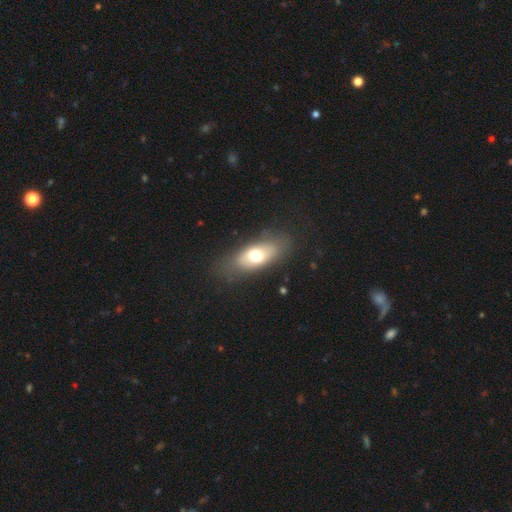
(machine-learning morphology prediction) smooth 65%, featured or disk 27%, star or artifact 8%. Down the decision tree: how rounded — in between (80%); merging — none (75%).